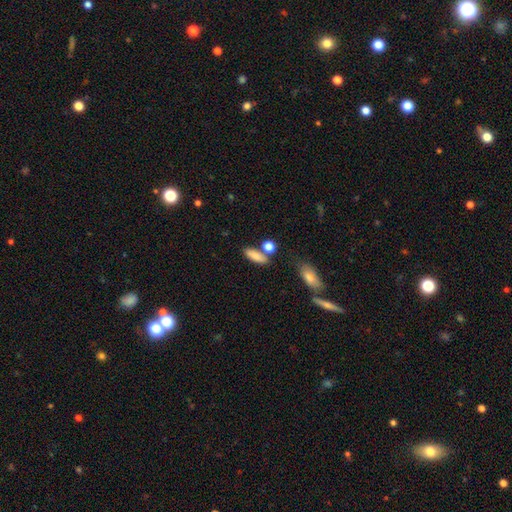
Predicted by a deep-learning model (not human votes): This is clearly a smooth galaxy (83%). How rounded: likely in between (67%). Merging: likely none (66%).